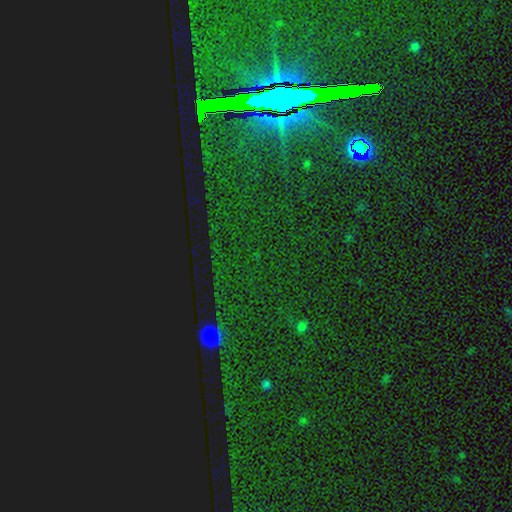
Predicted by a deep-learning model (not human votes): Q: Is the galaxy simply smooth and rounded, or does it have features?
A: star or artifact — 86%.